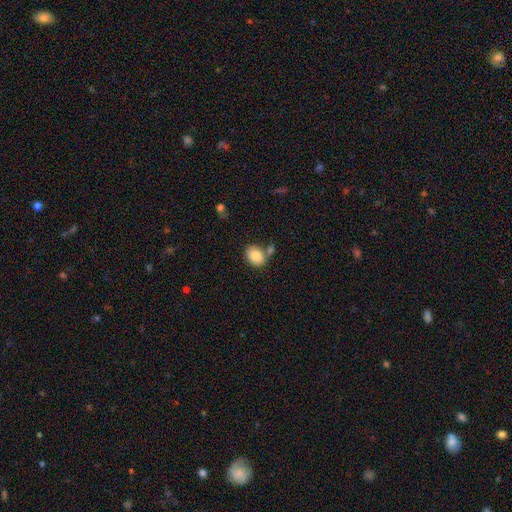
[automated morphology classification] Q: Smooth or featured?
A: smooth (85%); runner-up: star or artifact (8%)
Q: How rounded?
A: in between (63%); runner-up: round (36%)
Q: Merging?
A: none (61%); runner-up: merger (20%)